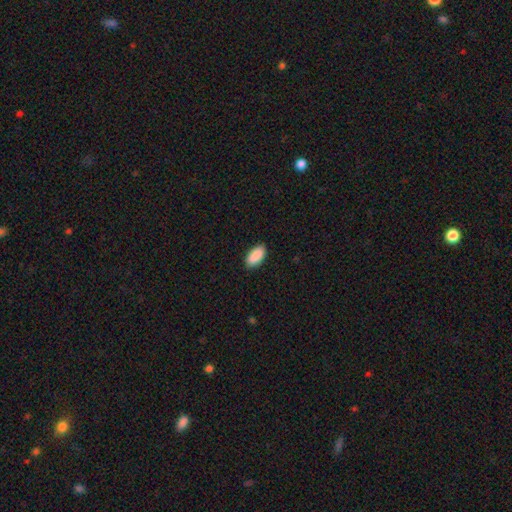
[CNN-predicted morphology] smooth 91%, star or artifact 6%, featured or disk 3%. Down the decision tree: how rounded — in between (93%); merging — none (89%).